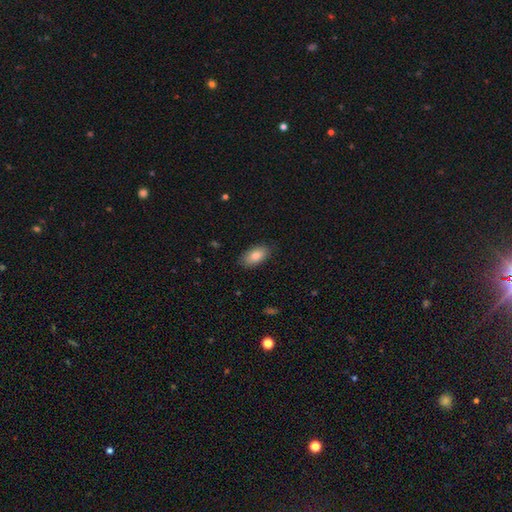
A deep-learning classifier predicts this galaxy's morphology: A smooth galaxy with no disk features (82%) that is in between round and cigar-shaped (94%). Merging: none (86%).